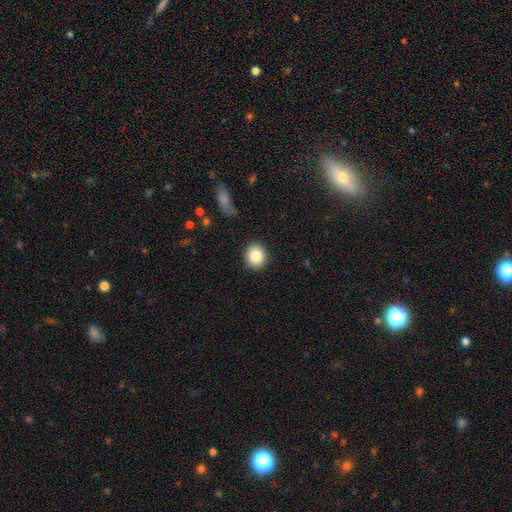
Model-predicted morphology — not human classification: Q: Smooth or featured?
A: smooth (86%); runner-up: star or artifact (8%)
Q: How rounded?
A: round (77%); runner-up: in between (22%)
Q: Merging?
A: none (90%); runner-up: minor disturbance (7%)